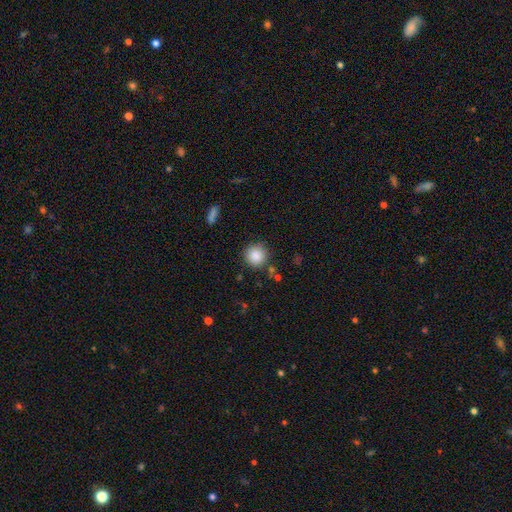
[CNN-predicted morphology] smooth 87%, star or artifact 9%, featured or disk 4%. Down the decision tree: how rounded — round (93%); merging — none (85%).